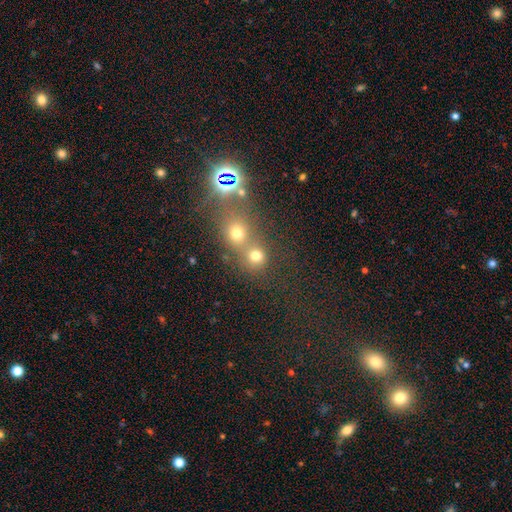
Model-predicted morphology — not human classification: Smooth or featured? Predicted: smooth (p=0.73). How rounded? Predicted: round (p=0.86). Merging? Predicted: none (p=0.47).